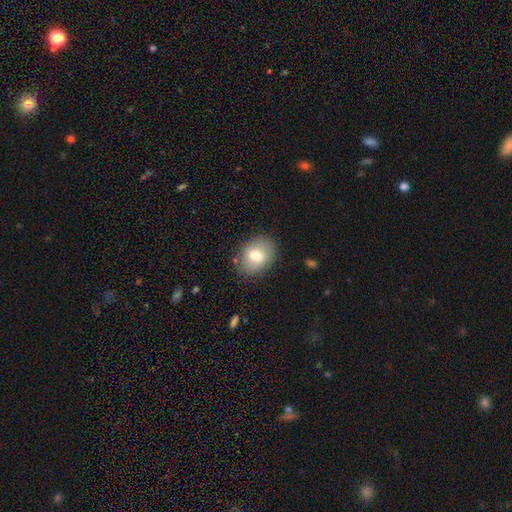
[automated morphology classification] Q: Smooth or featured?
A: smooth (72%); runner-up: featured or disk (20%)
Q: How rounded?
A: in between (65%); runner-up: round (34%)
Q: Merging?
A: none (82%); runner-up: minor disturbance (12%)